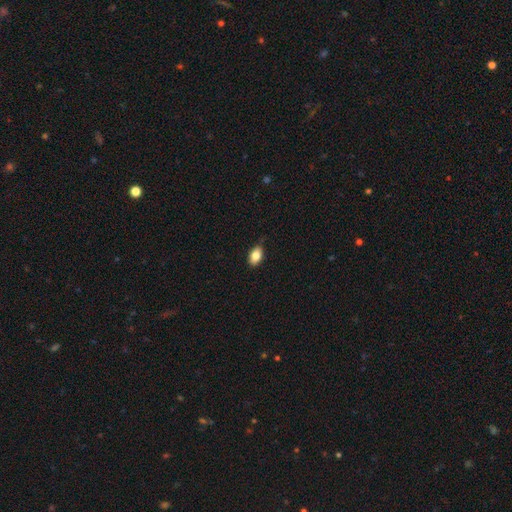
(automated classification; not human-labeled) smooth-or-featured: smooth: 82% | featured or disk: 10% | star or artifact: 8%
  how-rounded: in between: 89% | round: 9% | cigar-shaped: 2%
  merging: none: 82% | minor disturbance: 15% | major disturbance: 2% | merger: 1%